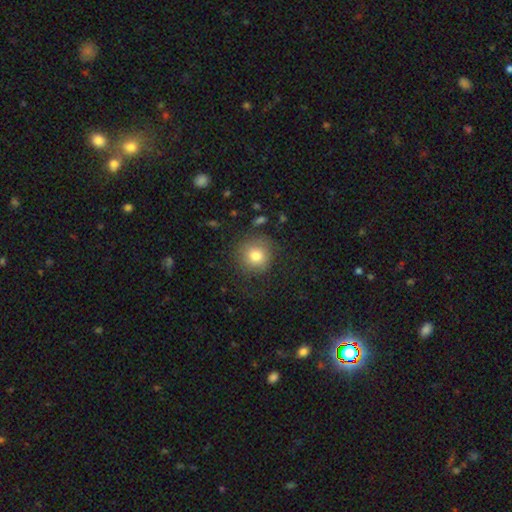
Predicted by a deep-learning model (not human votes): Morphology: type=smooth (79%); roundness=round (91%); merging=none (75%).